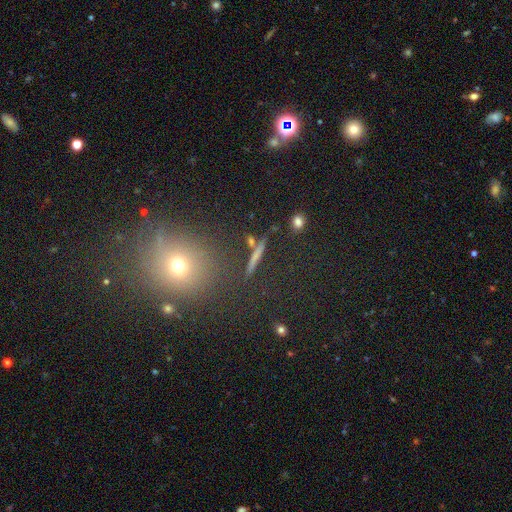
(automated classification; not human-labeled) Q: Smooth or featured?
A: smooth (48%); runner-up: featured or disk (30%)
Q: Merging?
A: none (87%); runner-up: minor disturbance (7%)